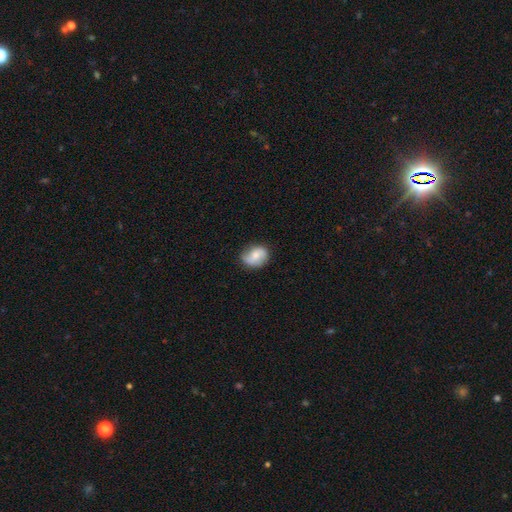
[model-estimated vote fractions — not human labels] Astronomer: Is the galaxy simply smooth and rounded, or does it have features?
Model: smooth — 54% (runner-up: featured or disk, 38%).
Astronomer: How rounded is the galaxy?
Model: in between — 53% (runner-up: round, 46%).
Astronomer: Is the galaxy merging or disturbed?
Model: none — 71%.